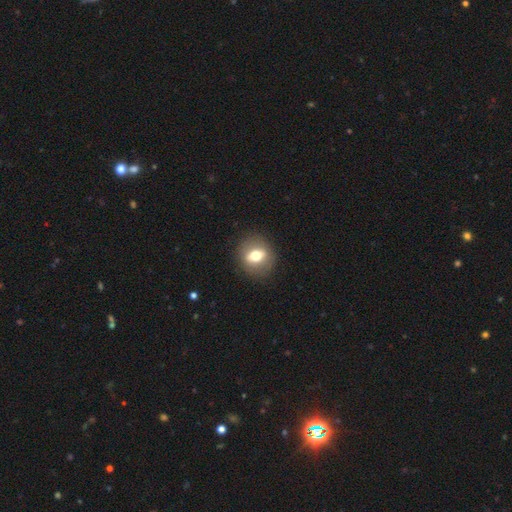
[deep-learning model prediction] Q: Smooth or featured?
A: smooth (57%); runner-up: featured or disk (33%)
Q: How rounded?
A: round (61%); runner-up: in between (37%)
Q: Merging?
A: none (87%); runner-up: minor disturbance (9%)